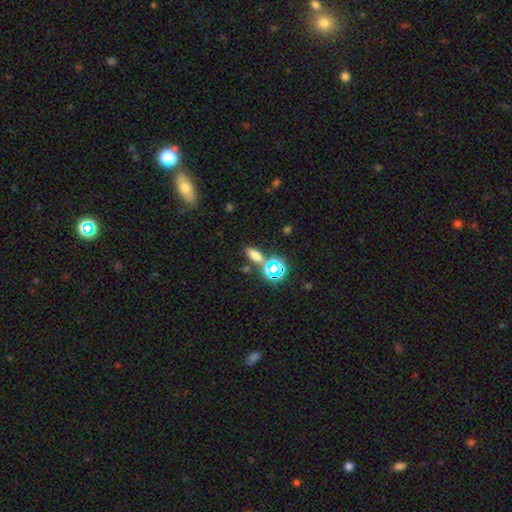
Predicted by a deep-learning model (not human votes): smooth 64%, star or artifact 26%, featured or disk 10%. Down the decision tree: how rounded — in between (74%); merging — none (71%).